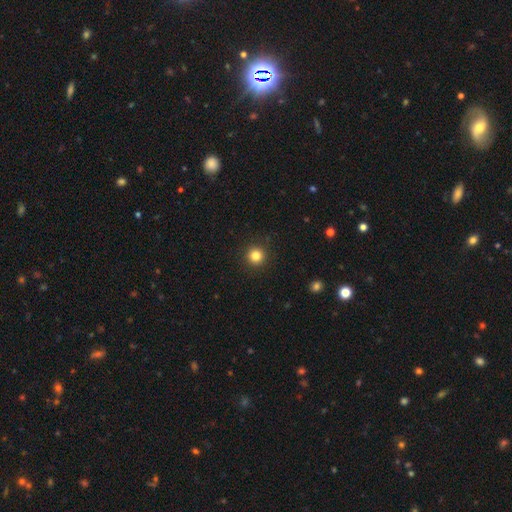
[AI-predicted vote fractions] Smooth or featured?
  - smooth: 83% *
  - star or artifact: 12%
  - featured or disk: 5%
How rounded?
  - round: 96% *
  - in between: 4%
  - cigar-shaped: 1%
Merging?
  - none: 93% *
  - minor disturbance: 5%
  - major disturbance: 2%
  - merger: 1%